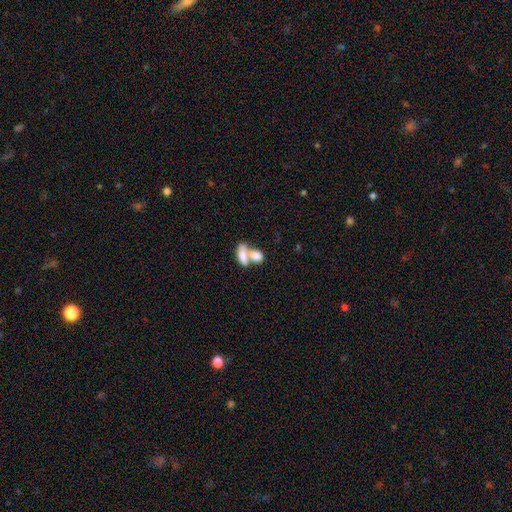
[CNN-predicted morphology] Smooth or featured? smooth (76%)
How rounded? in between (84%)
Merging? merger (69%)